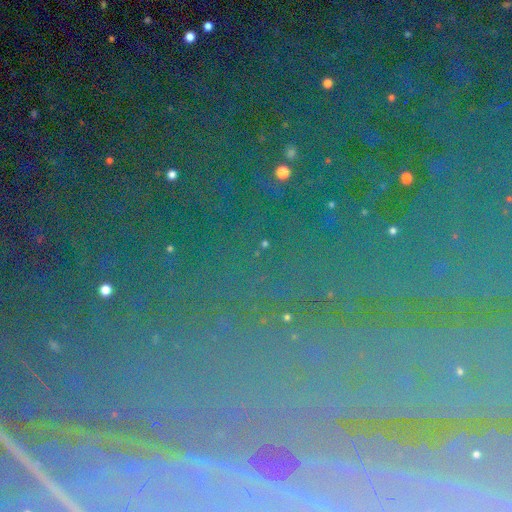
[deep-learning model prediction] A star or artifact, not a galaxy (75%).

Vote fractions:
- Smooth or featured? star or artifact: 75% / featured or disk: 13% / smooth: 12%